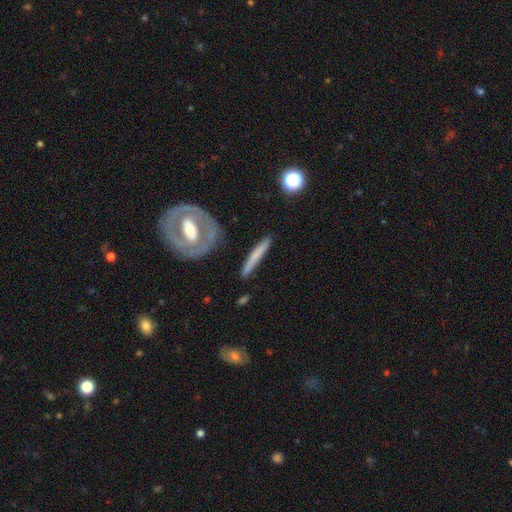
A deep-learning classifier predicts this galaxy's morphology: Overall: smooth (49%; featured or disk 45%). Merging: none (87%).